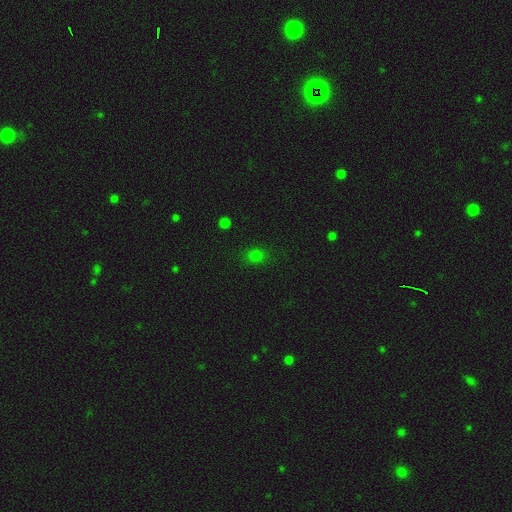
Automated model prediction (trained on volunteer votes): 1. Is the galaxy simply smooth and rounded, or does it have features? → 75% smooth, 20% star or artifact, 5% featured or disk.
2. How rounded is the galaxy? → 67% round, 31% in between, 1% cigar-shaped.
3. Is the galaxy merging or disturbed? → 84% none, 11% minor disturbance, 3% major disturbance, 2% merger.